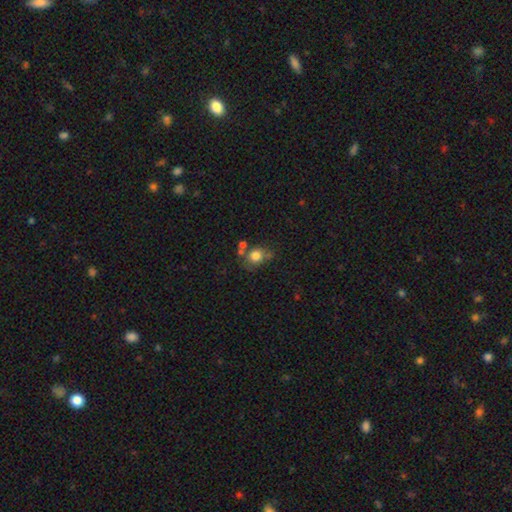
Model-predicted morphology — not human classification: smooth_or_featured: smooth (p=0.78) [alt: star or artifact p=0.11]
how_rounded: round (p=0.70) [alt: in between p=0.29]
merging: none (p=0.53) [alt: merger p=0.21]